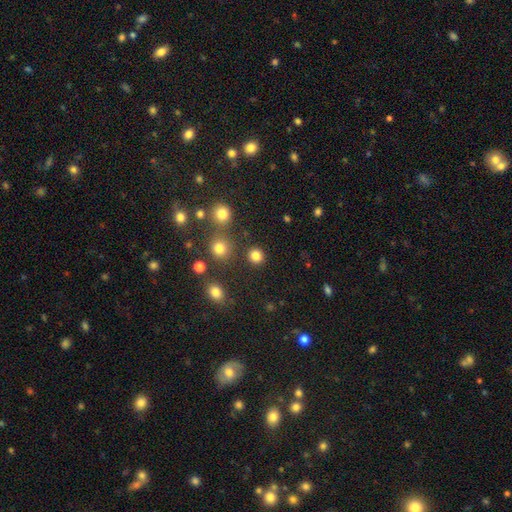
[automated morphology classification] type=smooth (83%); roundness=round (90%); merging=none (88%).